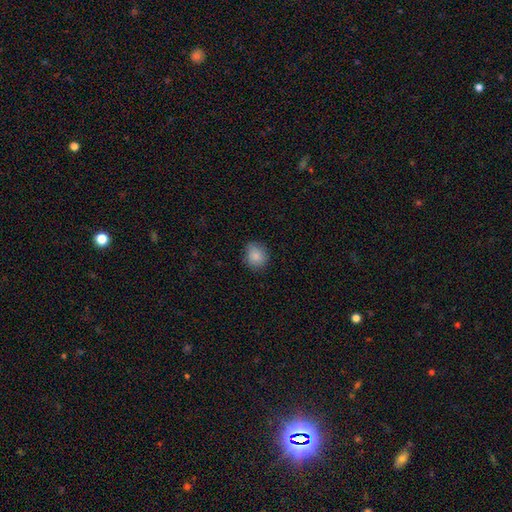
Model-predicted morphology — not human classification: This is clearly a smooth galaxy (86%). How rounded: likely round (77%). Merging: likely none (79%).